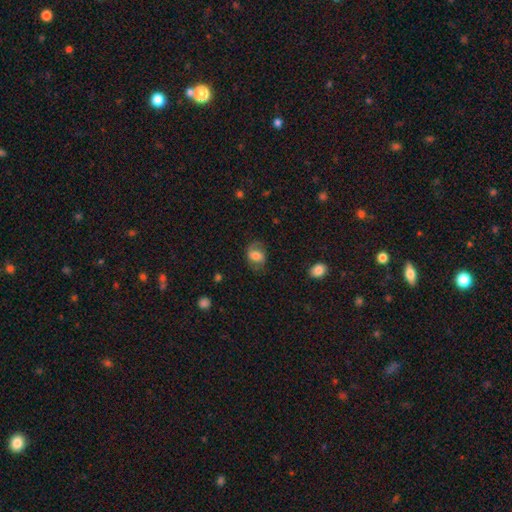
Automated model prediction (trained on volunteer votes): This is possibly a smooth galaxy (54%). How rounded: likely in between (66%). Merging: likely none (64%).